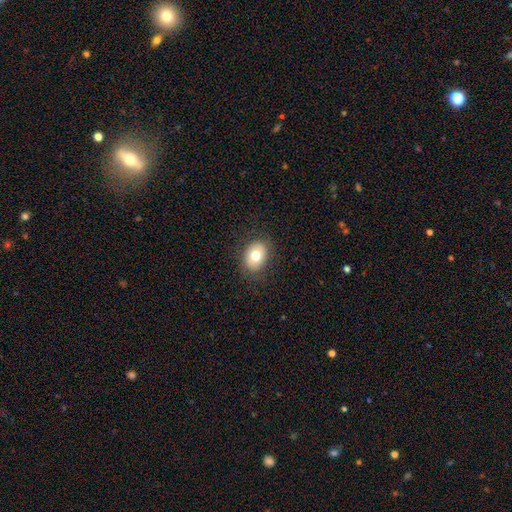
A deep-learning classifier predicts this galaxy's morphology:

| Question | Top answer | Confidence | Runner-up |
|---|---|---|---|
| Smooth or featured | smooth | 75% | featured or disk (16%) |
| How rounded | in between | 69% | round (30%) |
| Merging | none | 85% | minor disturbance (11%) |